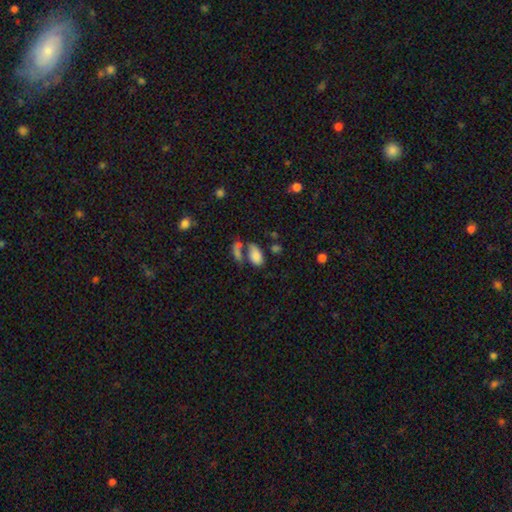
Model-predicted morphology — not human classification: A smooth galaxy with no disk features (81%) that is in between round and cigar-shaped (92%).

Vote fractions:
- Smooth or featured? smooth: 81% / featured or disk: 10% / star or artifact: 9%
- How rounded? in between: 92% / round: 5% / cigar-shaped: 3%
- Merging? none: 41% / merger: 37% / minor disturbance: 12% / major disturbance: 9%